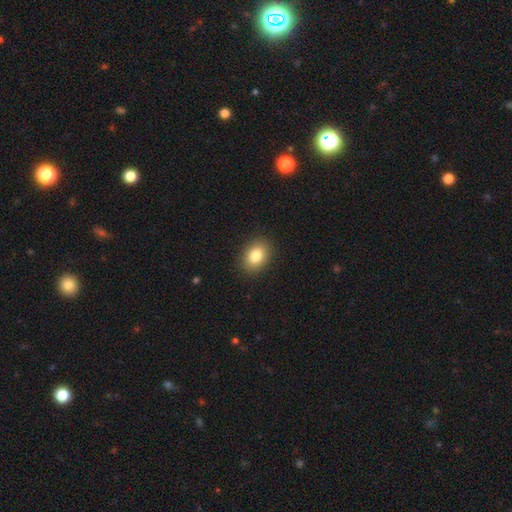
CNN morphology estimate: type=smooth (83%); roundness=in between (72%); merging=none (89%).